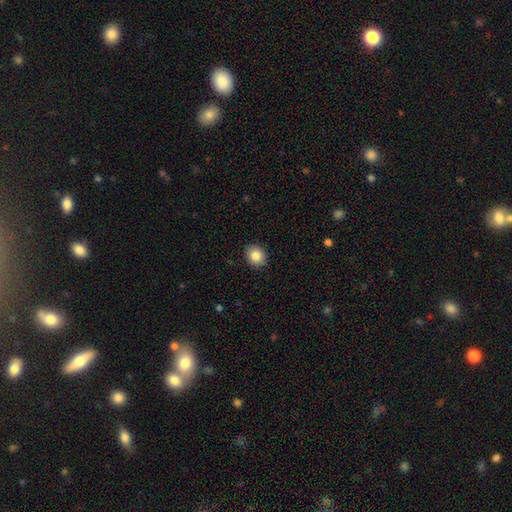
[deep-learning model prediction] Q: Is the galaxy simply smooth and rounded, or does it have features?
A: smooth — 84%.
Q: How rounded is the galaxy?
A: round — 61%.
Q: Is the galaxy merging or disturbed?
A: none — 90%.